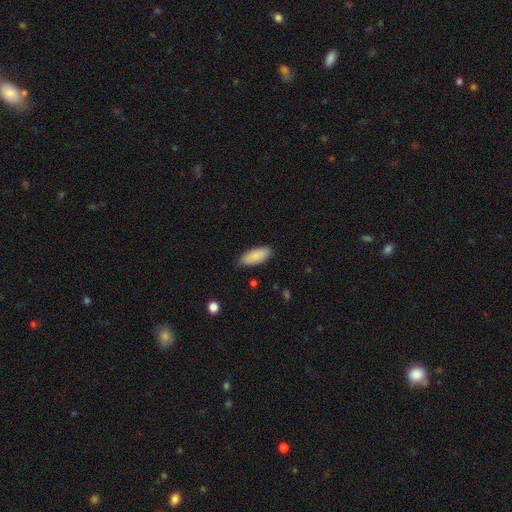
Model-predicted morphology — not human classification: Q: Smooth or featured?
A: smooth (88%); runner-up: featured or disk (6%)
Q: How rounded?
A: in between (87%); runner-up: cigar-shaped (11%)
Q: Merging?
A: none (78%); runner-up: minor disturbance (18%)